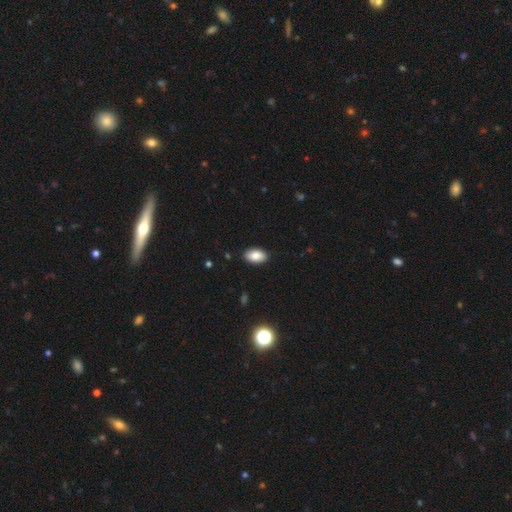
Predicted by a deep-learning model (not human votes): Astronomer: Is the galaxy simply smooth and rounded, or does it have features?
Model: smooth — 86%.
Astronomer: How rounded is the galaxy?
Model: in between — 93%.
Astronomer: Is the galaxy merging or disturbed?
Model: none — 88%.